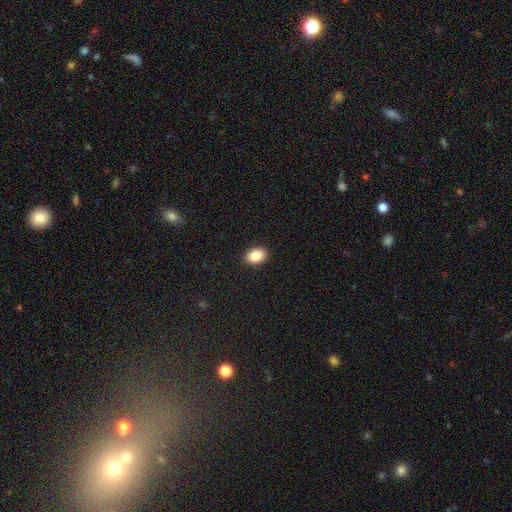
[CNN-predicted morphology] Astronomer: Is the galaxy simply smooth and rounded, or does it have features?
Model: smooth — 87%.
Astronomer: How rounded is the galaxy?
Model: in between — 74%.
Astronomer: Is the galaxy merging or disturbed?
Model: none — 91%.